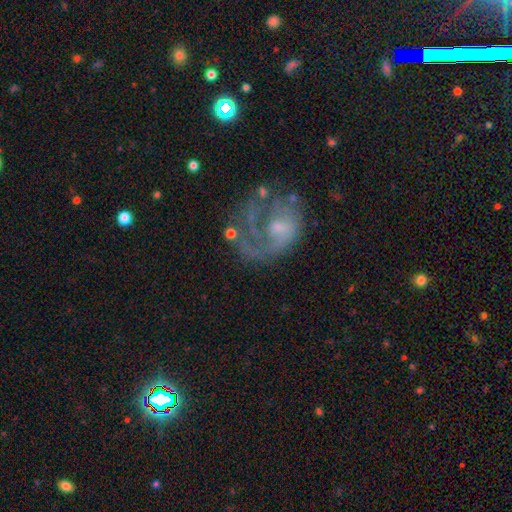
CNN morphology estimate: A featured or disk galaxy (72%) with no bar (72%), 1 (68%) medium (37%) spiral arms (72%) and a small central bulge (47%). Merging: none (41%).